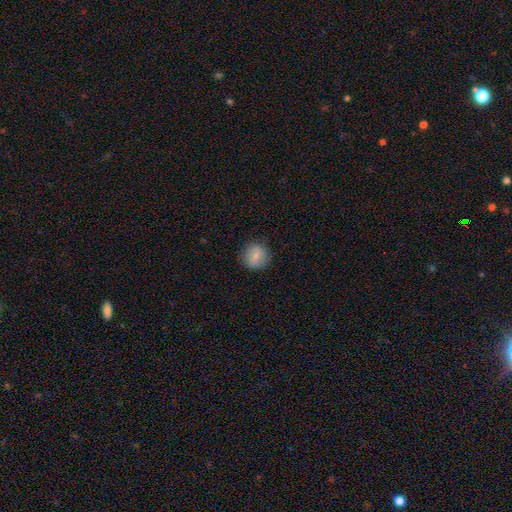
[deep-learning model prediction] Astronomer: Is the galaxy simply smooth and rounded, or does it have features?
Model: smooth — 79%.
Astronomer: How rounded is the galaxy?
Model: round — 89%.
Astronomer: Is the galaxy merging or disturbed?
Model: none — 86%.